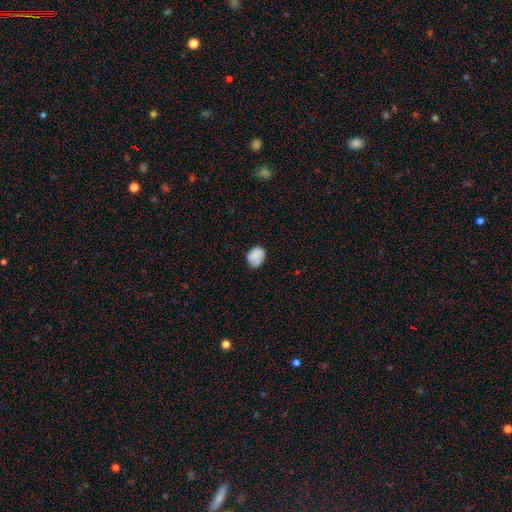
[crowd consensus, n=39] smooth_or_featured: smooth (p=0.90) [alt: featured or disk p=0.08]
how_rounded: round (p=0.66) [alt: in between p=0.34]
merging: none (p=0.79) [alt: minor disturbance p=0.18]